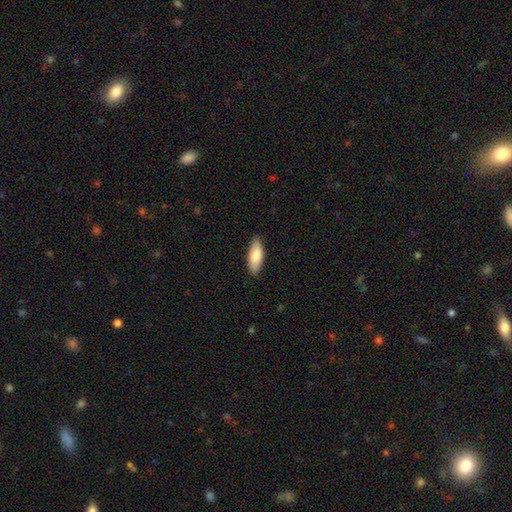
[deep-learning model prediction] The model was most divided on "how rounded": in between: 74%, cigar-shaped: 24%, round: 2%. More confident: merging — none (87%); smooth or featured — smooth (81%).